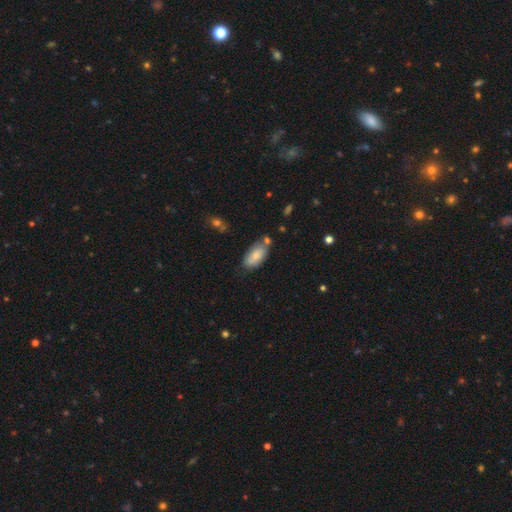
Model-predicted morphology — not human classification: smooth 80%, featured or disk 13%, star or artifact 7%. Down the decision tree: how rounded — in between (91%); merging — none (66%).